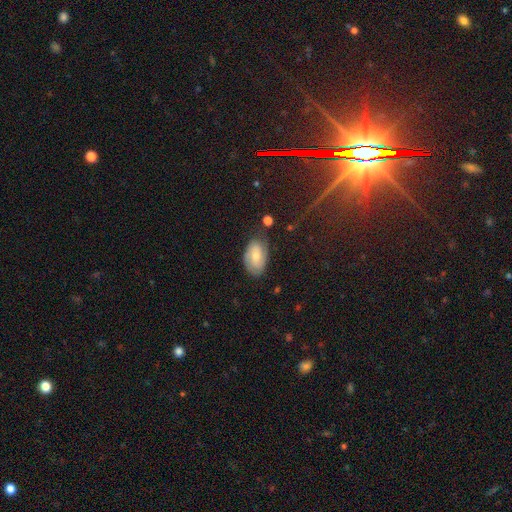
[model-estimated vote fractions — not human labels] Morphology: type=smooth (49%); merging=none (69%).